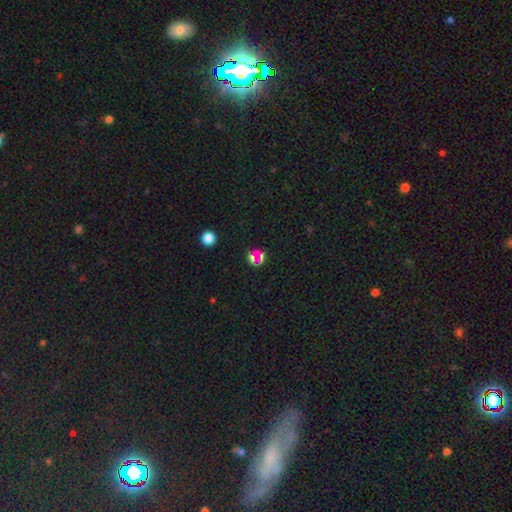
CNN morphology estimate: Smooth or featured: star or artifact — 51% (smooth — 36%)